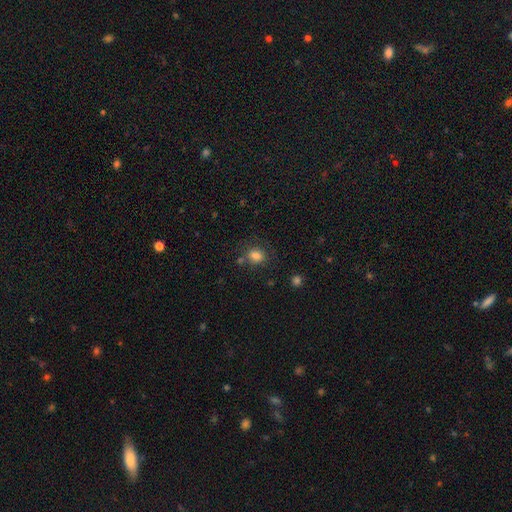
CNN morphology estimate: The model was most divided on "how rounded": round: 58%, in between: 41%, cigar-shaped: 1%. More confident: smooth or featured — smooth (80%); merging — none (72%).